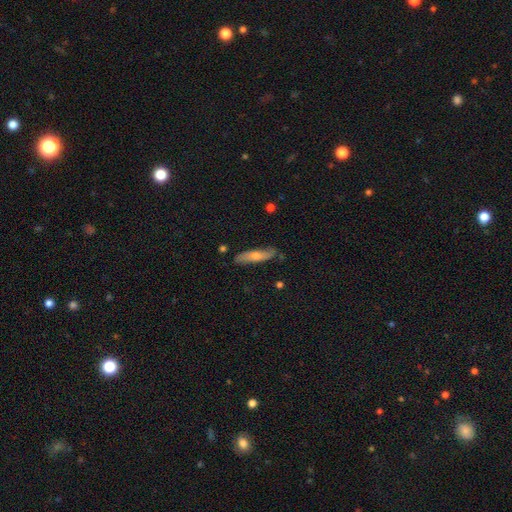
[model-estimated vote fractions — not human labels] A featured or disk galaxy (55%) viewed edge-on (64%).

Vote fractions:
- Smooth or featured? featured or disk: 55% / smooth: 36% / star or artifact: 9%
- Edge-on disk? yes: 64% / no: 36%
- Merging? none: 81% / minor disturbance: 14% / major disturbance: 3% / merger: 2%